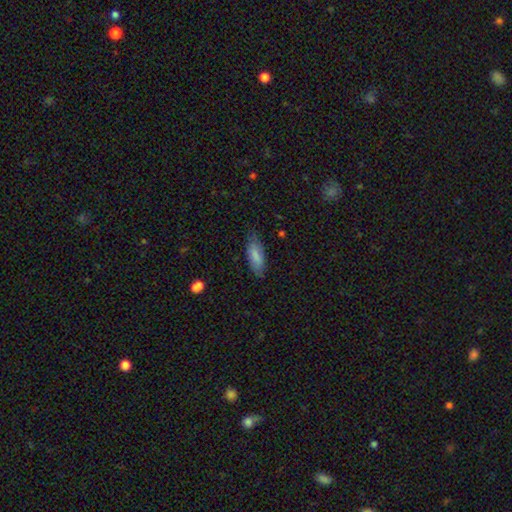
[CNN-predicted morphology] type=smooth (81%); roundness=in between (72%); merging=none (75%).